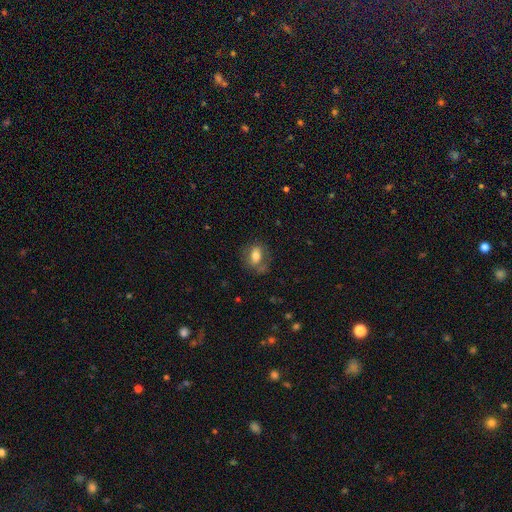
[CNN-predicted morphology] Q: Smooth or featured?
A: smooth (66%); runner-up: featured or disk (26%)
Q: How rounded?
A: in between (76%); runner-up: round (21%)
Q: Merging?
A: none (66%); runner-up: minor disturbance (20%)